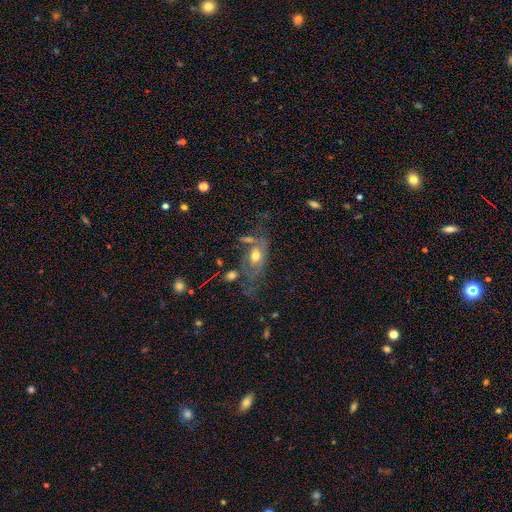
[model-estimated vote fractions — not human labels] Overall: featured or disk (50%; smooth 40%). Edge-on disk: no (82%). Merging: none (36%; major disturbance 25%).